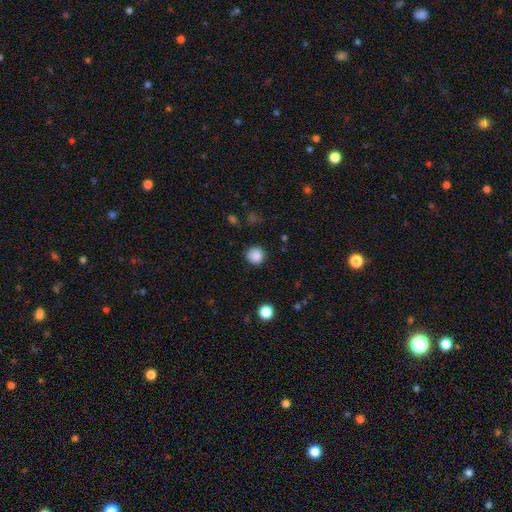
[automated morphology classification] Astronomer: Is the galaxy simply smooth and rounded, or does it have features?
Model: smooth — 87%.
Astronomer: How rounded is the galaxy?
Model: round — 94%.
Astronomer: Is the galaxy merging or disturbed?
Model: none — 89%.